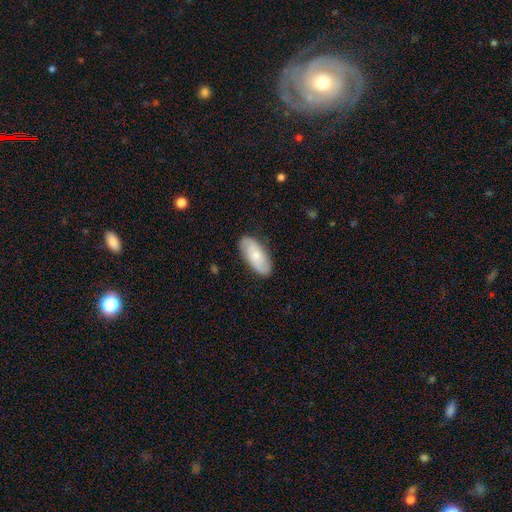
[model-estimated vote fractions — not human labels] Smooth or featured? smooth (54%)
How rounded? in between (88%)
Merging? none (85%)